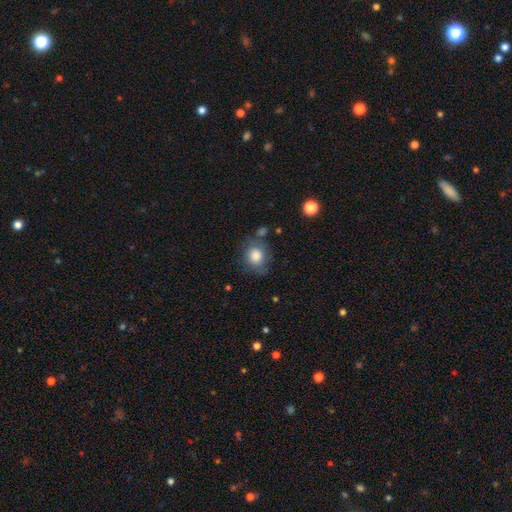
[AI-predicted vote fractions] smooth 81%, featured or disk 11%, star or artifact 9%. Down the decision tree: how rounded — round (71%); merging — none (66%).